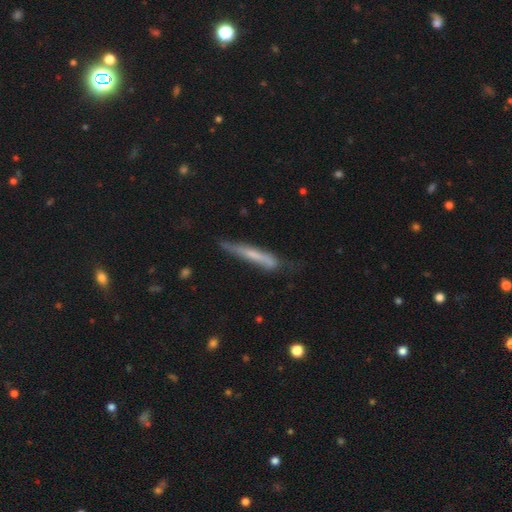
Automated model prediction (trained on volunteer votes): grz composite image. It shows a smooth galaxy with no disk features (49%). Merging: none (57%).